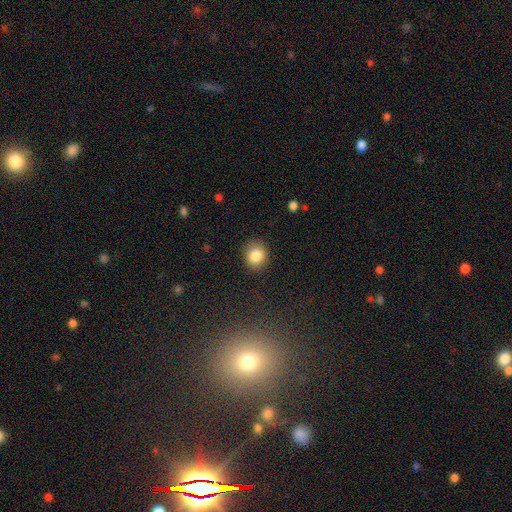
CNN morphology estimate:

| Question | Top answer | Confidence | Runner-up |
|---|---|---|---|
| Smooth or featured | smooth | 85% | star or artifact (9%) |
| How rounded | round | 76% | in between (23%) |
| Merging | none | 88% | minor disturbance (9%) |